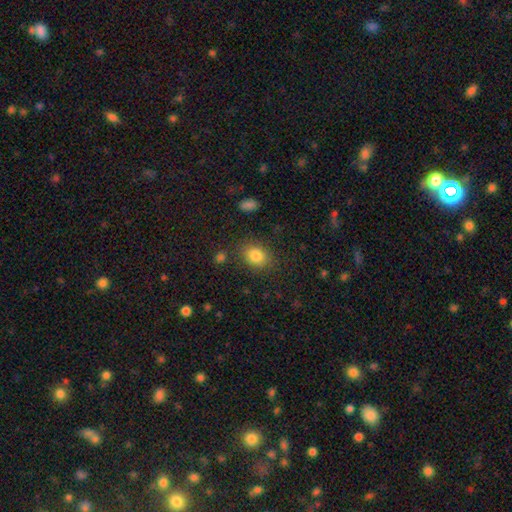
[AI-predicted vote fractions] Smooth or featured? smooth (83%)
How rounded? in between (56%)
Merging? none (82%)